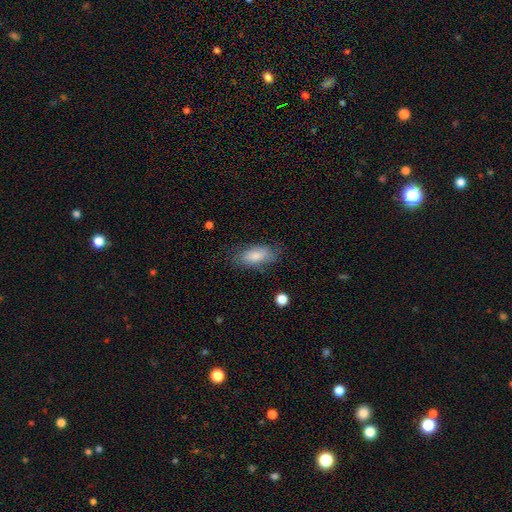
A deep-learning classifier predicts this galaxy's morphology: smooth-or-featured: smooth: 76% | featured or disk: 17% | star or artifact: 7%
  how-rounded: in between: 86% | cigar-shaped: 11% | round: 3%
  merging: none: 72% | minor disturbance: 20% | major disturbance: 6% | merger: 2%